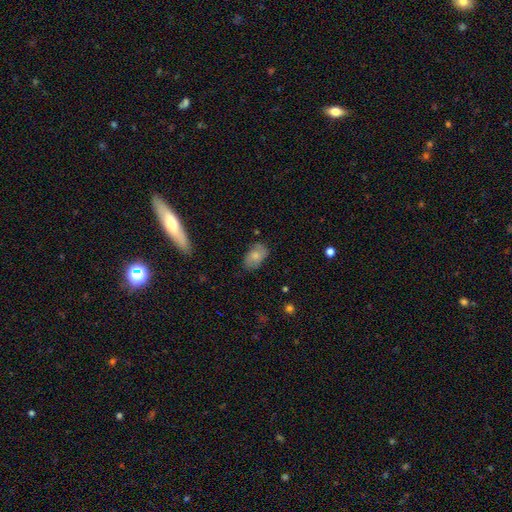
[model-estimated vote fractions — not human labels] Q: Smooth or featured?
A: smooth (74%); runner-up: featured or disk (19%)
Q: How rounded?
A: in between (91%); runner-up: round (8%)
Q: Merging?
A: none (73%); runner-up: minor disturbance (21%)